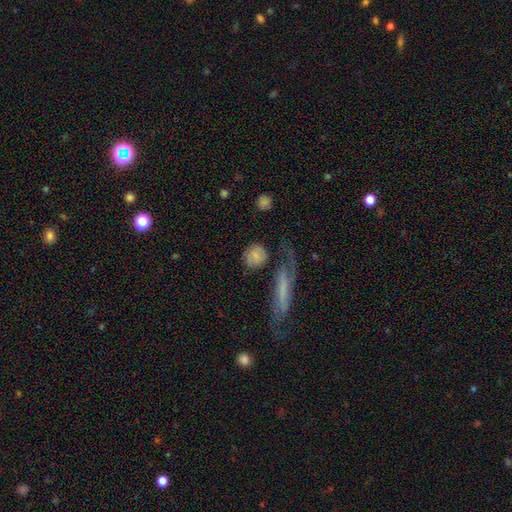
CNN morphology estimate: Smooth or featured? smooth (75%)
How rounded? round (81%)
Merging? none (67%)